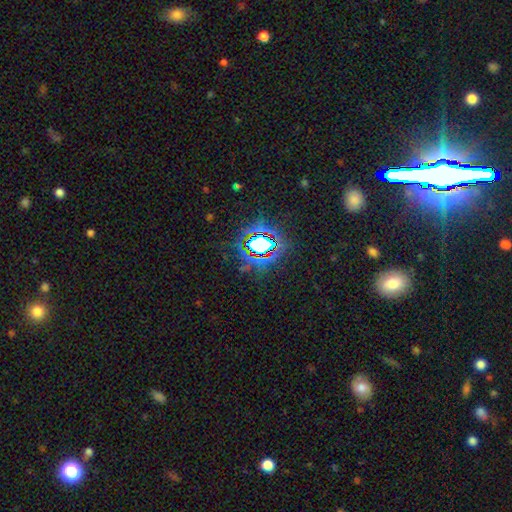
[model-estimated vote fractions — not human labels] This appears to be a star or artifact, not a galaxy (79%).